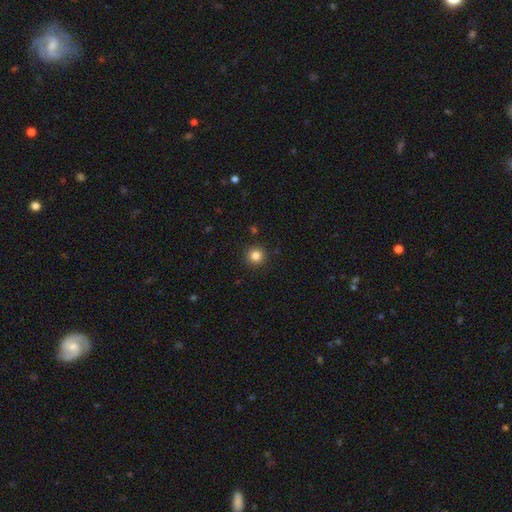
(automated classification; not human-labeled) Smooth or featured?
  - smooth: 84% *
  - star or artifact: 12%
  - featured or disk: 5%
How rounded?
  - round: 95% *
  - in between: 4%
  - cigar-shaped: 1%
Merging?
  - none: 92% *
  - minor disturbance: 5%
  - major disturbance: 2%
  - merger: 1%